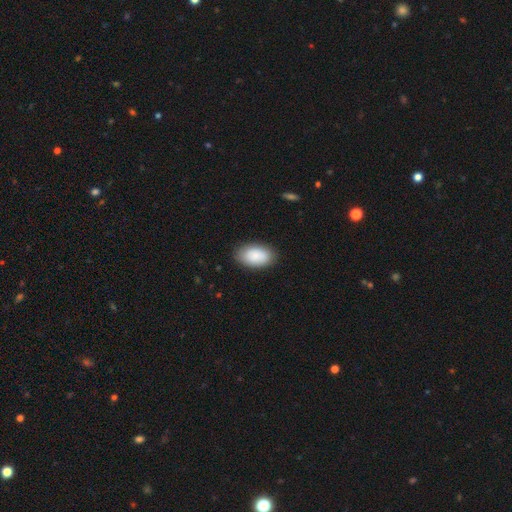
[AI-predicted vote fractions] Smooth or featured: smooth — 87% (featured or disk — 7%)
How rounded: in between — 94% (round — 5%)
Merging: none — 86% (minor disturbance — 11%)